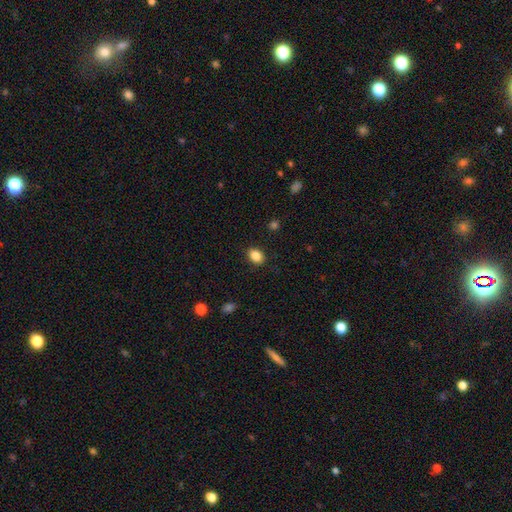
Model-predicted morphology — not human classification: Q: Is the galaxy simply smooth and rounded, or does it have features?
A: smooth — 87%.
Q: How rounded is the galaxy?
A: in between — 71%.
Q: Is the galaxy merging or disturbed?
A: none — 88%.